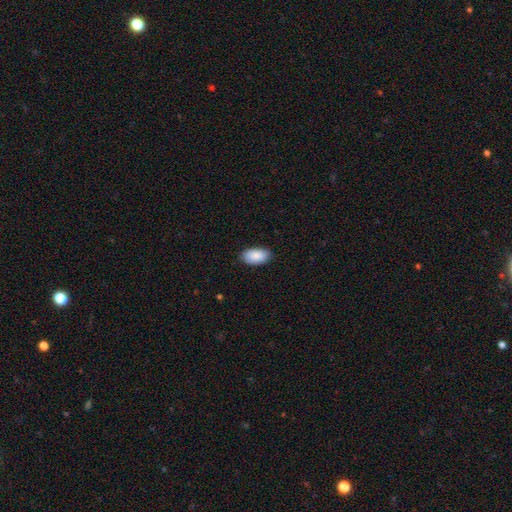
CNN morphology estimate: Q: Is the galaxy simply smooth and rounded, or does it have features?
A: smooth — 89%.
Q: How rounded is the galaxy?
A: in between — 95%.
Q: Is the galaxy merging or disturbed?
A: none — 88%.